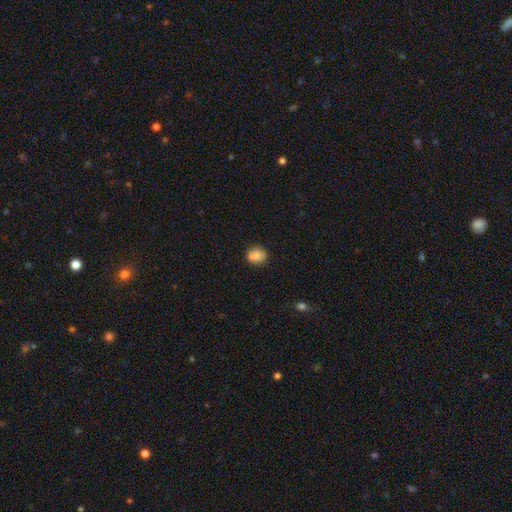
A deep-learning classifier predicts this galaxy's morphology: Smooth or featured?
  - smooth: 79% *
  - featured or disk: 12%
  - star or artifact: 9%
How rounded?
  - round: 74% *
  - in between: 25%
  - cigar-shaped: 1%
Merging?
  - none: 64% *
  - merger: 19%
  - minor disturbance: 13%
  - major disturbance: 3%